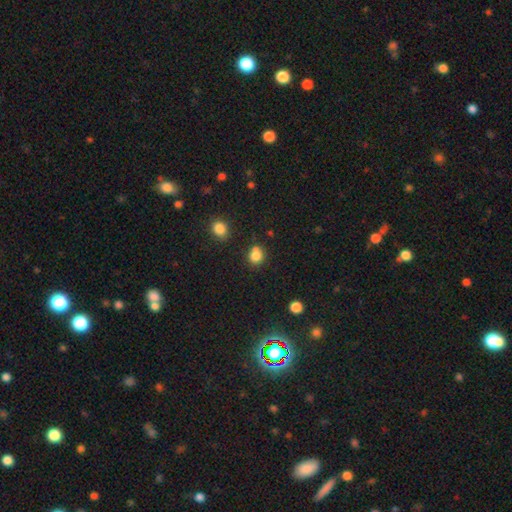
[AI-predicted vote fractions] The model was most divided on "merging": none: 58%, merger: 21%, minor disturbance: 16%, major disturbance: 4%. More confident: smooth or featured — smooth (81%); how rounded — round (75%).